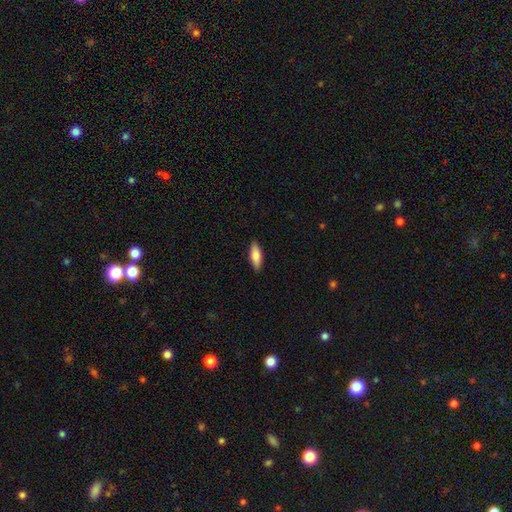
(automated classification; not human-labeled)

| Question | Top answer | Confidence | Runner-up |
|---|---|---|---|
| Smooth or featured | smooth | 79% | featured or disk (16%) |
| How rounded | in between | 58% | cigar-shaped (40%) |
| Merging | none | 89% | minor disturbance (9%) |